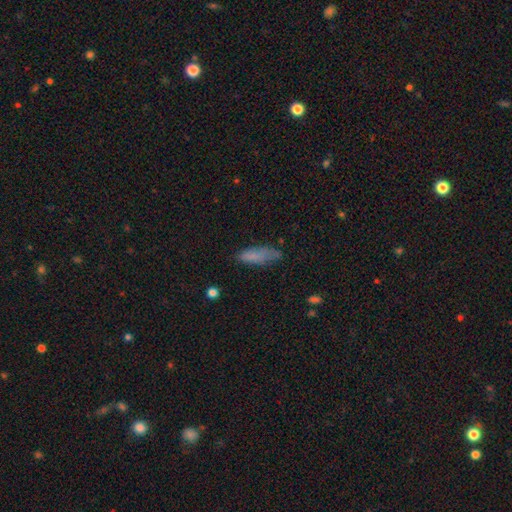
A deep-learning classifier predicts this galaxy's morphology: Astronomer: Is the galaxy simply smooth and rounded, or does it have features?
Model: smooth — 78%.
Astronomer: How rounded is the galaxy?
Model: in between — 50% (runner-up: cigar-shaped, 48%).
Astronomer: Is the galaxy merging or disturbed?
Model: none — 59%.